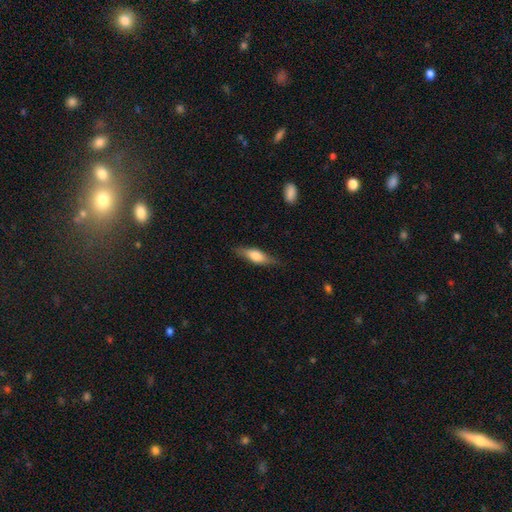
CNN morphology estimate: Q: Smooth or featured?
A: smooth (60%); runner-up: featured or disk (34%)
Q: How rounded?
A: in between (49%); tied with: cigar-shaped (49%)
Q: Merging?
A: none (80%); runner-up: minor disturbance (15%)